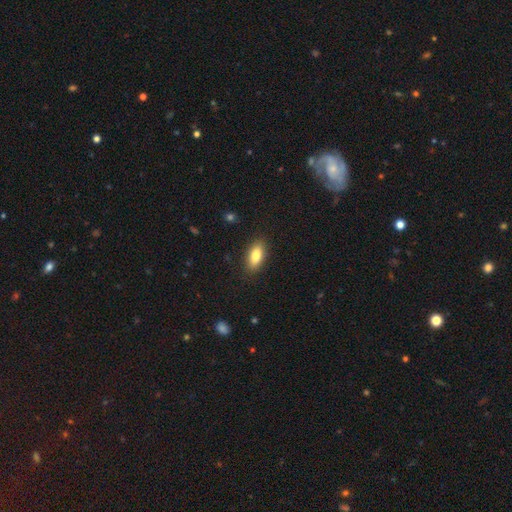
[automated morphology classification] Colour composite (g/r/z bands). It shows a smooth galaxy with no disk features (83%) that is in between round and cigar-shaped (85%). Merging: none (87%).